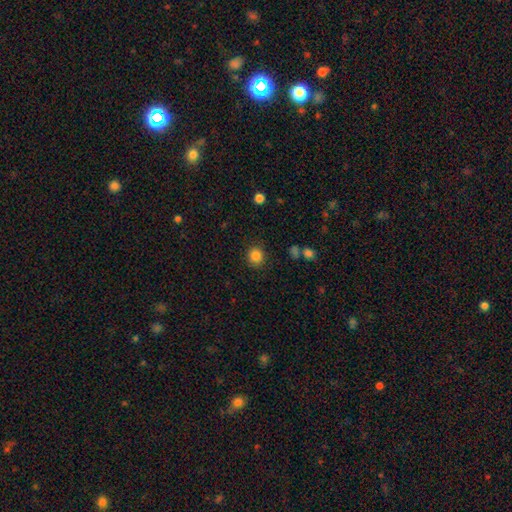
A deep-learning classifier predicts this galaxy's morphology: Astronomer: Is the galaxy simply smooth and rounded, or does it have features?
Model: smooth — 84%.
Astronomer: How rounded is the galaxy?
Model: round — 85%.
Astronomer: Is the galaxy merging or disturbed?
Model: none — 89%.